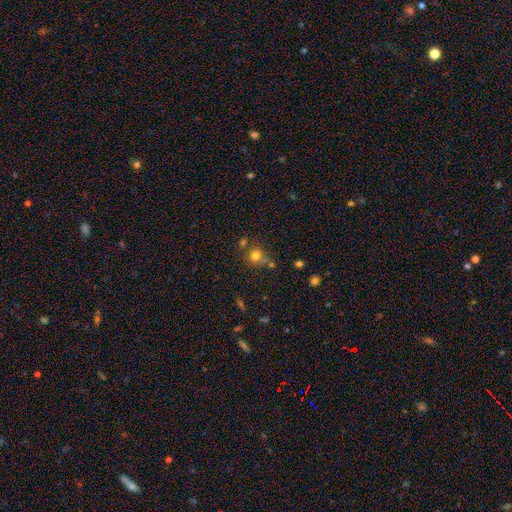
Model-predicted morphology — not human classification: This appears to be a smooth galaxy with no disk features (74%) that is round (88%). Merging: none (64%).